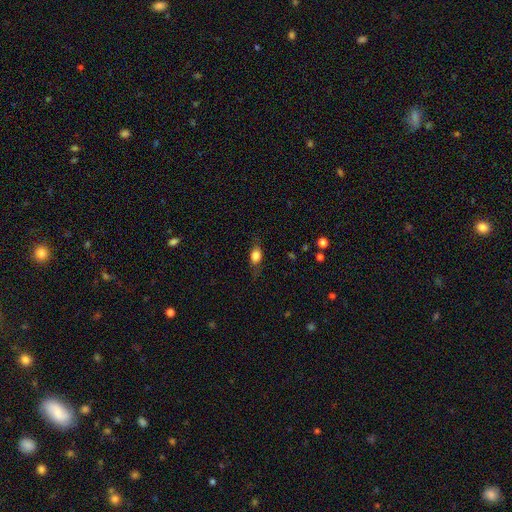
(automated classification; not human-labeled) The model was most divided on "merging": none: 69%, minor disturbance: 21%, major disturbance: 8%, merger: 1%. More confident: smooth or featured — smooth (74%); how rounded — in between (70%).